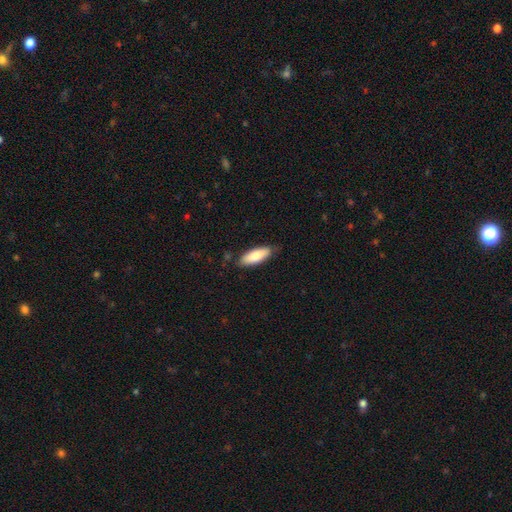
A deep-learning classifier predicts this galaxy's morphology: Q: Smooth or featured?
A: smooth (82%); runner-up: featured or disk (13%)
Q: How rounded?
A: in between (65%); runner-up: cigar-shaped (34%)
Q: Merging?
A: none (82%); runner-up: minor disturbance (15%)